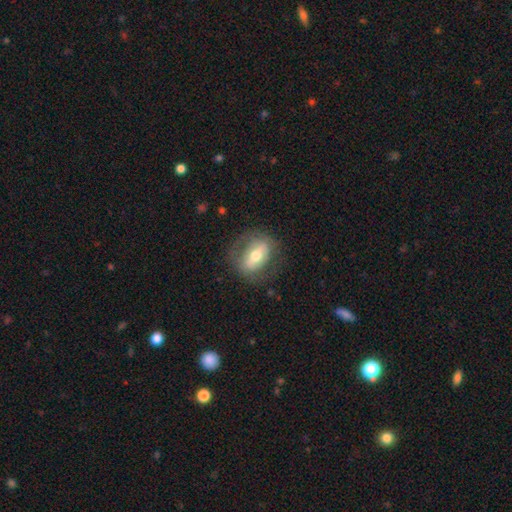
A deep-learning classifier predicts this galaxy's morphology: Smooth or featured? Predicted: featured or disk (p=0.48). Merging? Predicted: none (p=0.72).